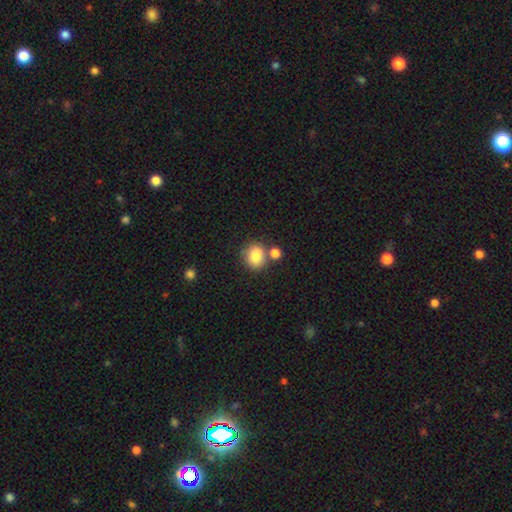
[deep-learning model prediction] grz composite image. It shows a smooth galaxy with no disk features (82%) that is round (64%). Merging: none (59%).